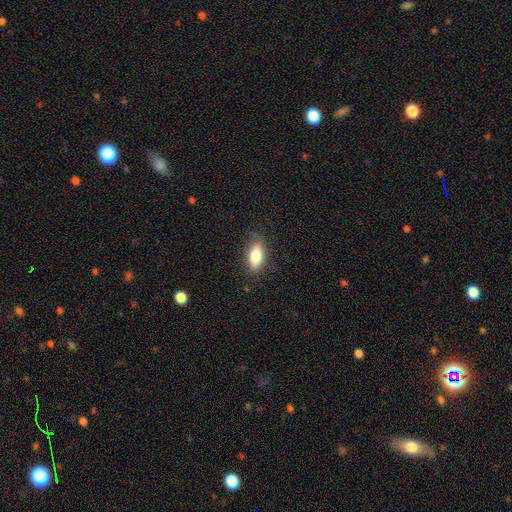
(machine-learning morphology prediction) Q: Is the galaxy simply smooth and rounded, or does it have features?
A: smooth — 81%.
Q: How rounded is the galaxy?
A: in between — 85%.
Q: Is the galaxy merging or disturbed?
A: none — 80%.